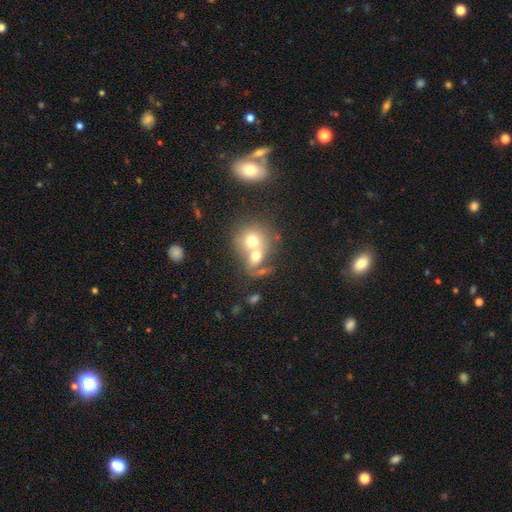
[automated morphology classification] Smooth or featured: smooth — 63% (featured or disk — 27%)
How rounded: round — 65% (in between — 34%)
Merging: merger — 72% (none — 17%)